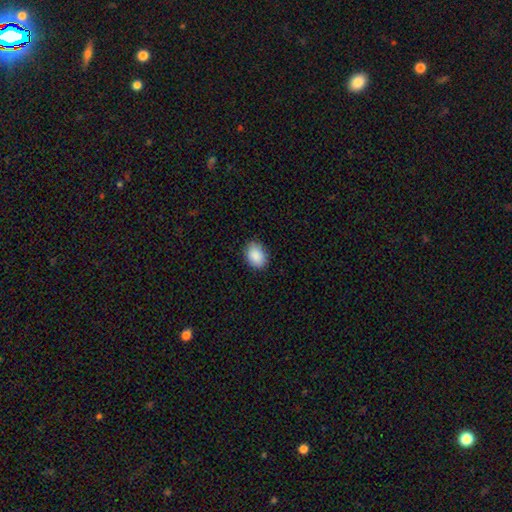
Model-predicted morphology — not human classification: The model was most divided on "how rounded": in between: 78%, round: 21%, cigar-shaped: 1%. More confident: smooth or featured — smooth (90%); merging — none (87%).